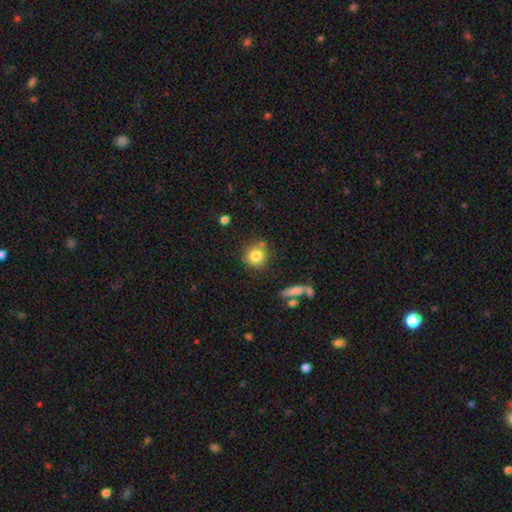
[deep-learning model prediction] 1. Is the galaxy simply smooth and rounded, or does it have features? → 82% smooth, 10% star or artifact, 9% featured or disk.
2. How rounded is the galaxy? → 89% round, 10% in between, 1% cigar-shaped.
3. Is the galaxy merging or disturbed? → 74% none, 13% minor disturbance, 10% merger, 4% major disturbance.